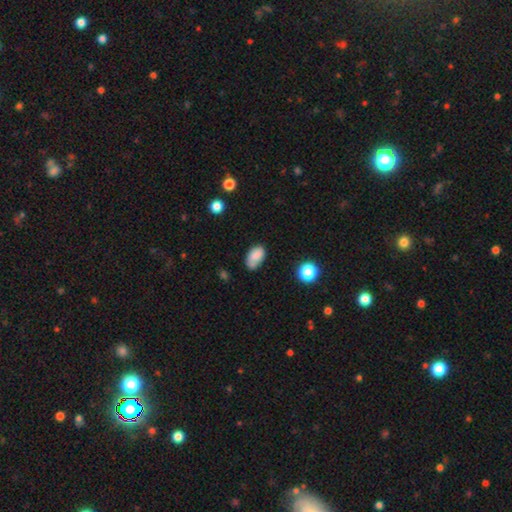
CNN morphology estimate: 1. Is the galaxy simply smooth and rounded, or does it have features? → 79% smooth, 12% featured or disk, 9% star or artifact.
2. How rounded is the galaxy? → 91% in between, 8% round, 2% cigar-shaped.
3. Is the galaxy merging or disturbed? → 57% none, 28% minor disturbance, 8% merger, 7% major disturbance.